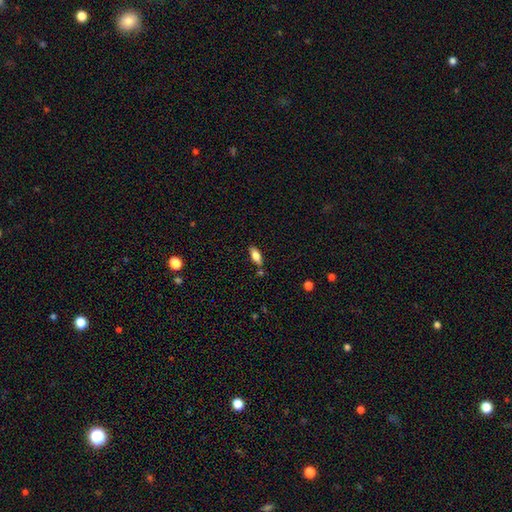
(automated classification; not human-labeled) Smooth or featured?
  - smooth: 73% *
  - featured or disk: 19%
  - star or artifact: 8%
How rounded?
  - in between: 77% *
  - cigar-shaped: 20%
  - round: 2%
Merging?
  - none: 77% *
  - minor disturbance: 13%
  - merger: 7%
  - major disturbance: 3%